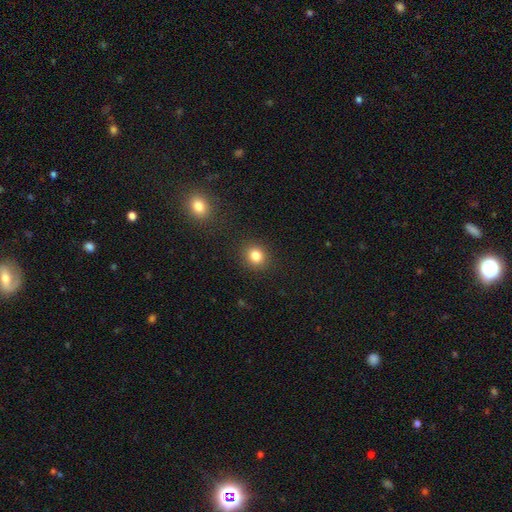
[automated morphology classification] This appears to be a smooth galaxy with no disk features (82%) that is round (82%). Merging: none (90%).